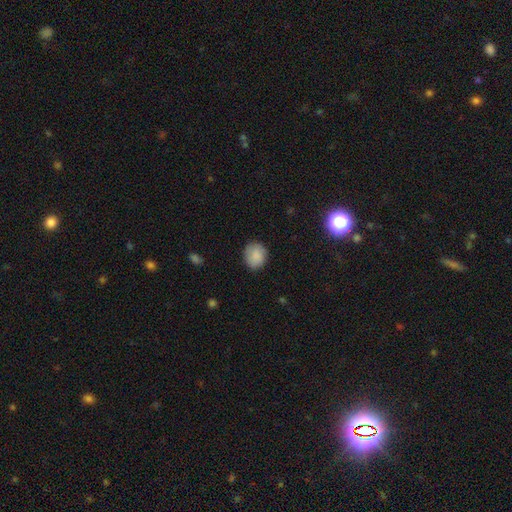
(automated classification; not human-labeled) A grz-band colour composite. It shows a smooth galaxy with no disk features (87%) that is round (70%). Merging: none (82%).